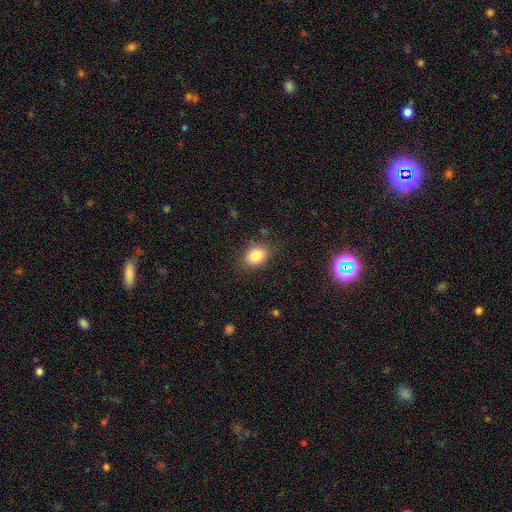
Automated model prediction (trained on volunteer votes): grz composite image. It shows a smooth galaxy with no disk features (84%) that is in between round and cigar-shaped (60%). Merging: none (81%).